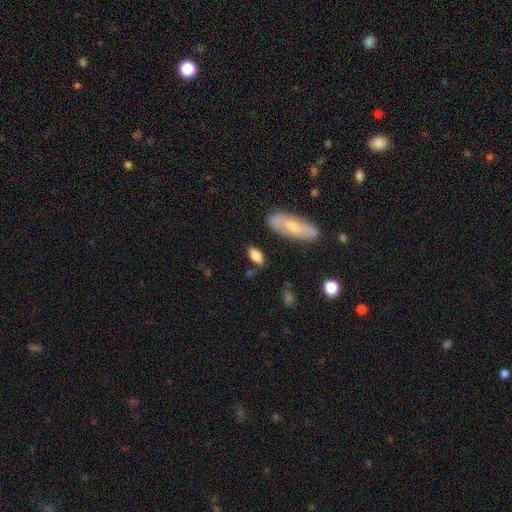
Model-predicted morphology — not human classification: smooth-or-featured: smooth: 80% | featured or disk: 13% | star or artifact: 7%
  how-rounded: in between: 84% | cigar-shaped: 13% | round: 4%
  merging: none: 78% | minor disturbance: 14% | merger: 4% | major disturbance: 4%